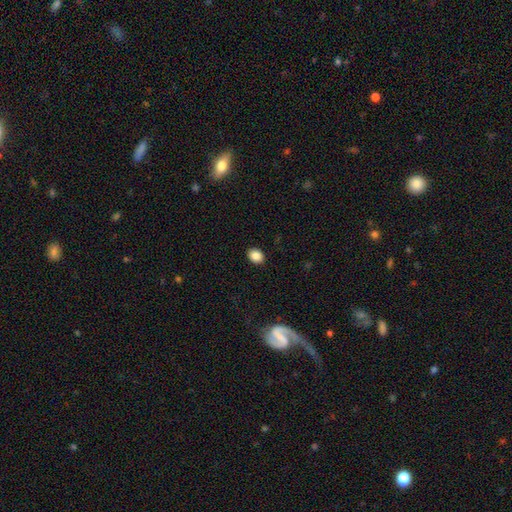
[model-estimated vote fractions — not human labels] This is clearly a smooth galaxy (86%). How rounded: possibly in between (56%). Merging: clearly none (90%).